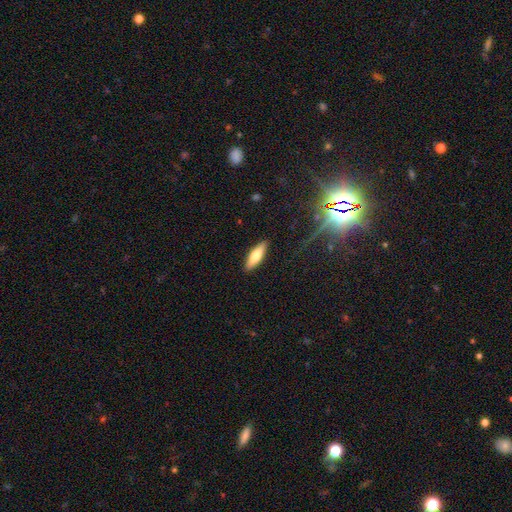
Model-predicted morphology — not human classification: A smooth galaxy with no disk features (69%) that is cigar-shaped (54%). Merging: none (89%).